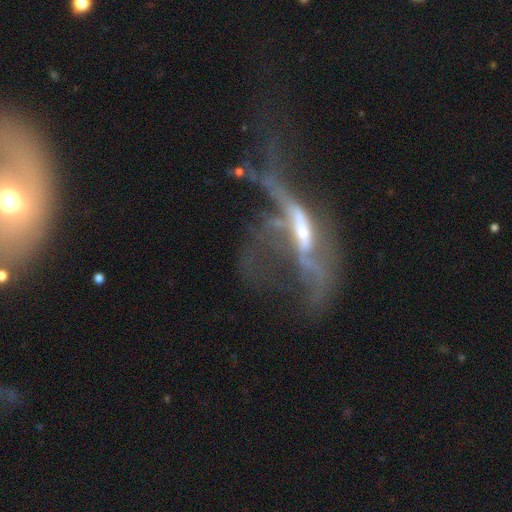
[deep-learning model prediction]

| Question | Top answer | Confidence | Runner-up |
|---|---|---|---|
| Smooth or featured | featured or disk | 72% | star or artifact (14%) |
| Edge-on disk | no | 68% | yes (32%) |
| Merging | major disturbance | 45% | merger (27%) |